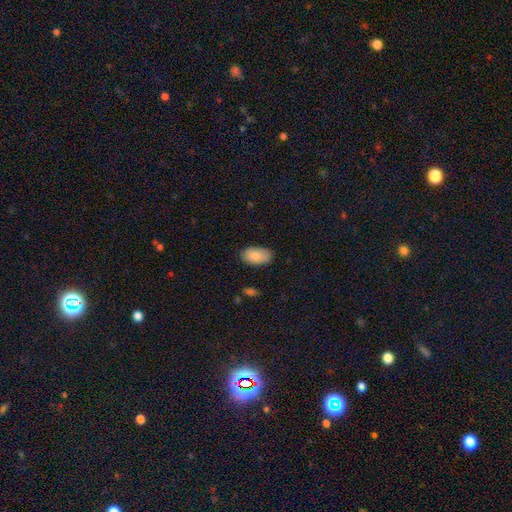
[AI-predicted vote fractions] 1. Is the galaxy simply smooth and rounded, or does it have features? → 86% smooth, 8% featured or disk, 6% star or artifact.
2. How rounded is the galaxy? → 95% in between, 4% round, 2% cigar-shaped.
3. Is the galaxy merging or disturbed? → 83% none, 13% minor disturbance, 2% major disturbance, 1% merger.